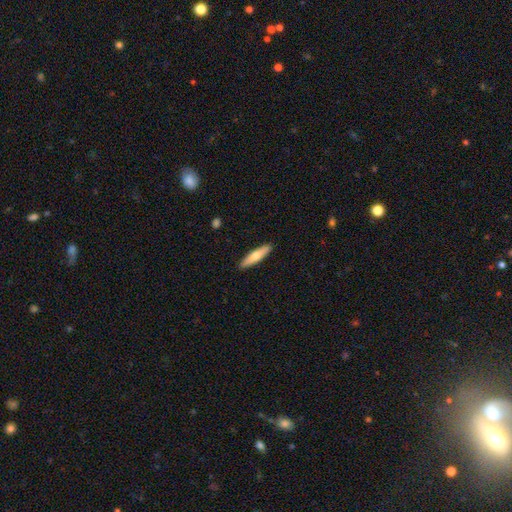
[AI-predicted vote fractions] Smooth or featured? smooth (63%)
How rounded? cigar-shaped (78%)
Merging? none (91%)